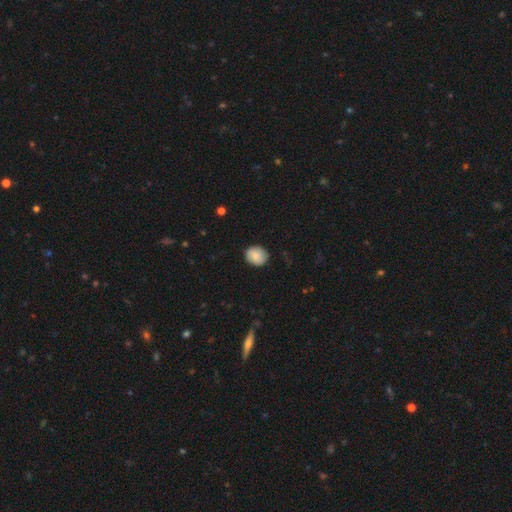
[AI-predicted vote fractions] Smooth or featured? smooth (85%)
How rounded? round (67%)
Merging? none (85%)